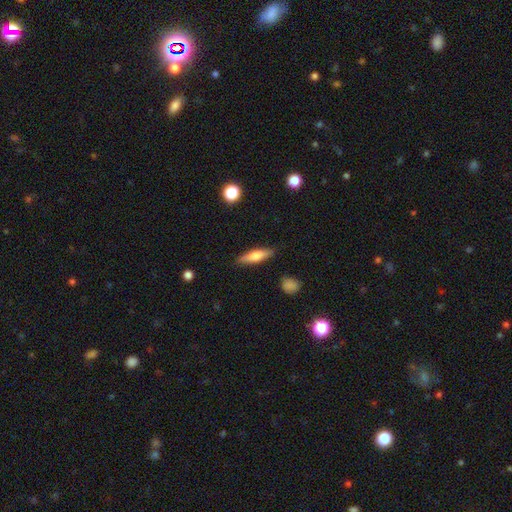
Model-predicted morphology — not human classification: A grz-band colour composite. It shows a smooth galaxy with no disk features (59%) that is cigar-shaped (67%). Merging: none (86%).